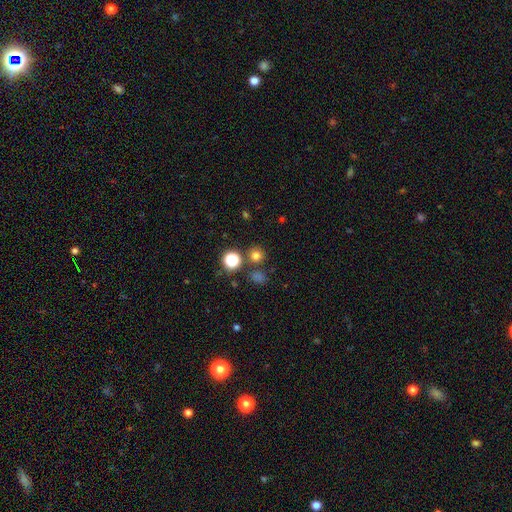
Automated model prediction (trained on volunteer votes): The model was most divided on "smooth or featured": smooth: 73%, star or artifact: 22%, featured or disk: 6%. More confident: how rounded — round (91%); merging — none (81%).